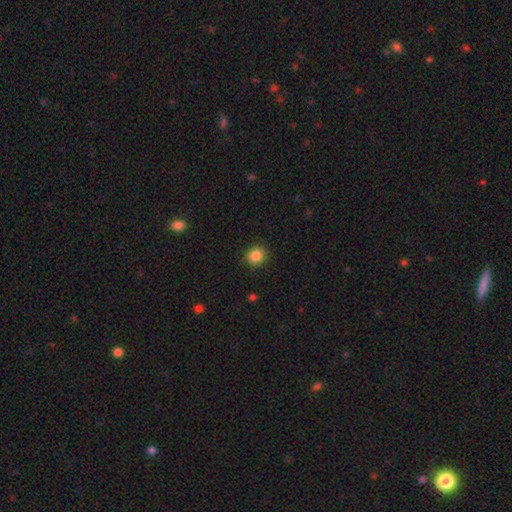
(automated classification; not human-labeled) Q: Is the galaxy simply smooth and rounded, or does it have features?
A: smooth — 86%.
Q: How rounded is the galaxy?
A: round — 87%.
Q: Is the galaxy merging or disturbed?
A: none — 90%.